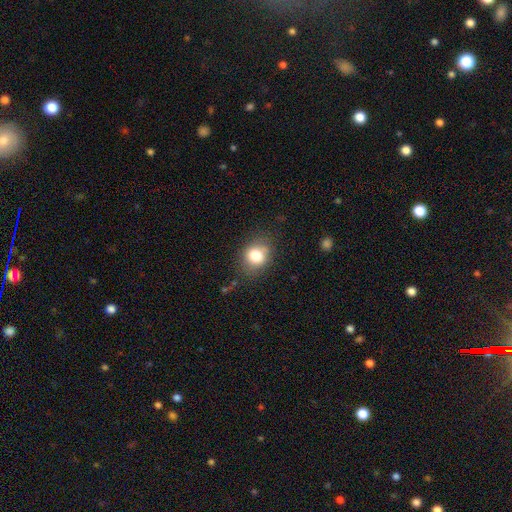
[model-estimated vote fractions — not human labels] A smooth galaxy with no disk features (80%) that is round (57%).

Vote fractions:
- Smooth or featured? smooth: 80% / star or artifact: 10% / featured or disk: 10%
- How rounded? round: 57% / in between: 42% / cigar-shaped: 1%
- Merging? none: 75% / minor disturbance: 18% / major disturbance: 5% / merger: 2%